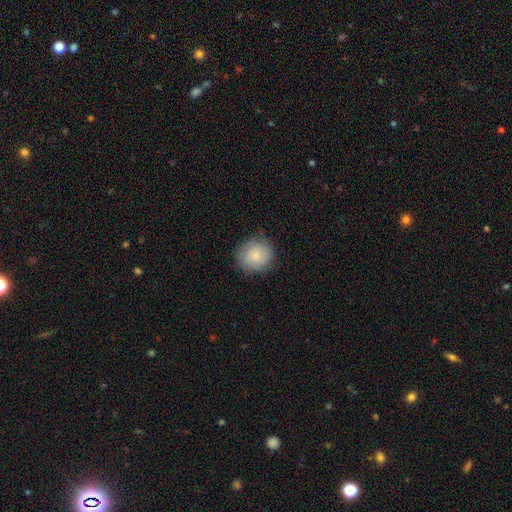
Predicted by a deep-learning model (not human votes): The model was most divided on "smooth or featured": smooth: 81%, featured or disk: 12%, star or artifact: 7%. More confident: how rounded — round (88%); merging — none (83%).